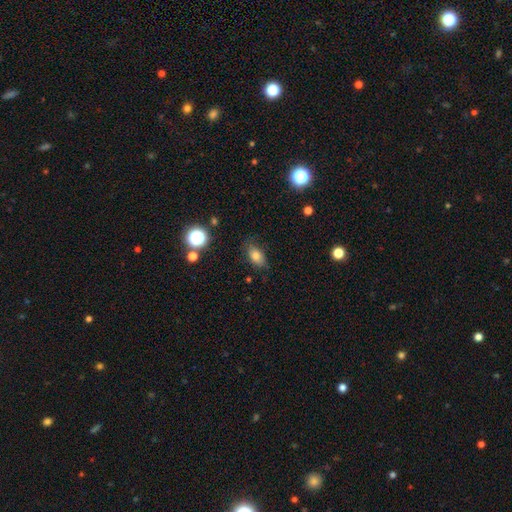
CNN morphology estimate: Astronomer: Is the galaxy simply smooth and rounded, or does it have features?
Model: smooth — 77%.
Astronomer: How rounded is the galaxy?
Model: in between — 85%.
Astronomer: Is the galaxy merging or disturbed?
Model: none — 75%.